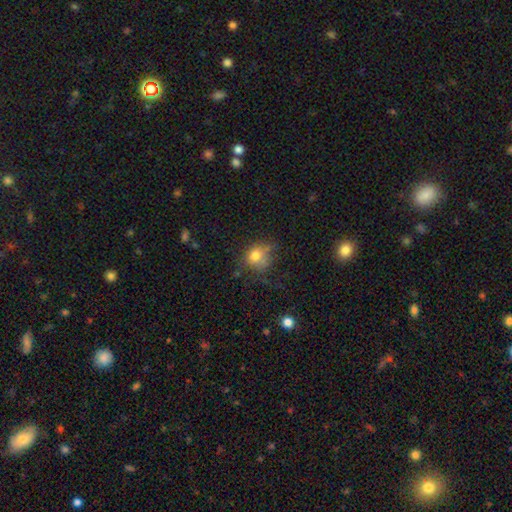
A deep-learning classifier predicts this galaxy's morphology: A smooth galaxy with no disk features (75%) that is round (66%). Merging: none (48%).